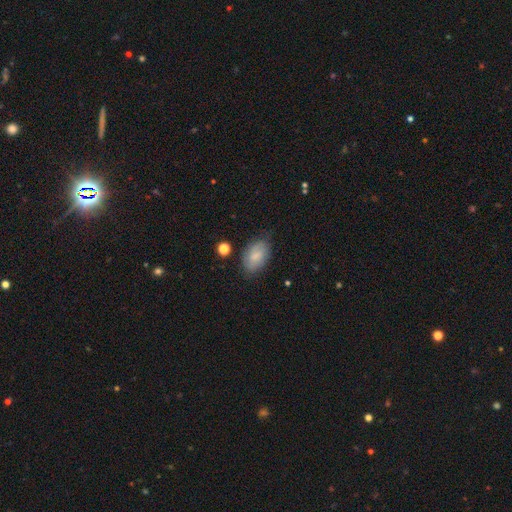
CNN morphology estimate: Smooth or featured: smooth — 62% (featured or disk — 29%)
How rounded: in between — 89% (round — 9%)
Merging: none — 72% (minor disturbance — 21%)